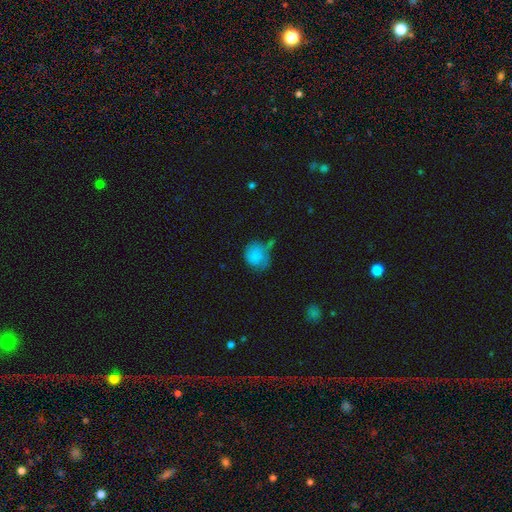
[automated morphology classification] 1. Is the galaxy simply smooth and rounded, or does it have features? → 80% smooth, 11% featured or disk, 9% star or artifact.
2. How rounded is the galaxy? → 62% round, 36% in between, 1% cigar-shaped.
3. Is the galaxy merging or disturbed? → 41% none, 31% minor disturbance, 17% major disturbance, 11% merger.